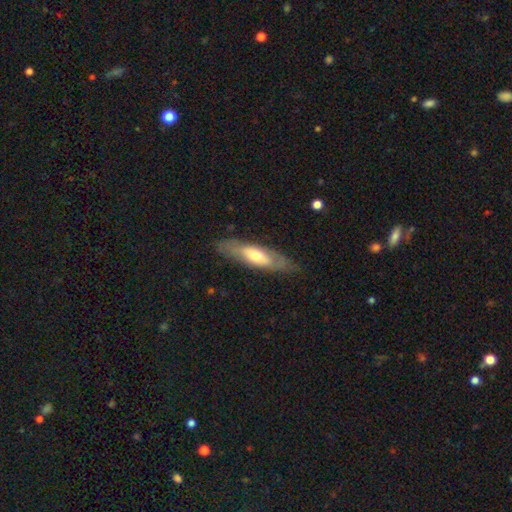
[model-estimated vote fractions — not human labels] Q: Smooth or featured?
A: featured or disk (48%); runner-up: smooth (46%)
Q: Merging?
A: none (77%); runner-up: minor disturbance (16%)